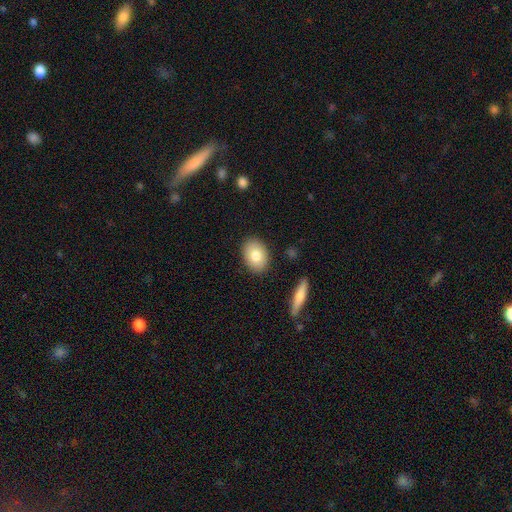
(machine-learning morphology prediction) Smooth or featured? Predicted: smooth (p=0.80). How rounded? Predicted: in between (p=0.83). Merging? Predicted: none (p=0.87).